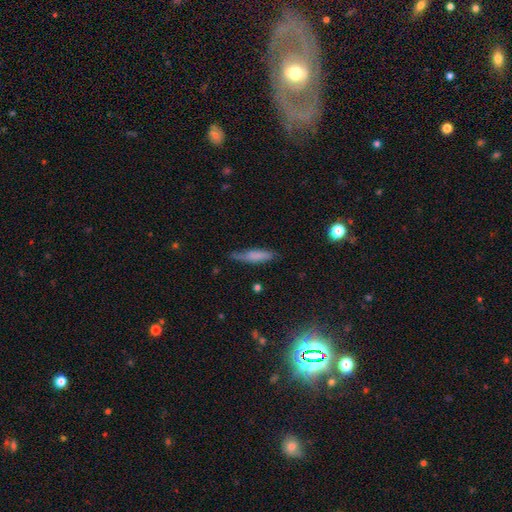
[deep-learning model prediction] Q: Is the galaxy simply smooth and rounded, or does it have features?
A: smooth — 70%.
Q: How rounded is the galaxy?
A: cigar-shaped — 79%.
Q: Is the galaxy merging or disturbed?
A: none — 67%.